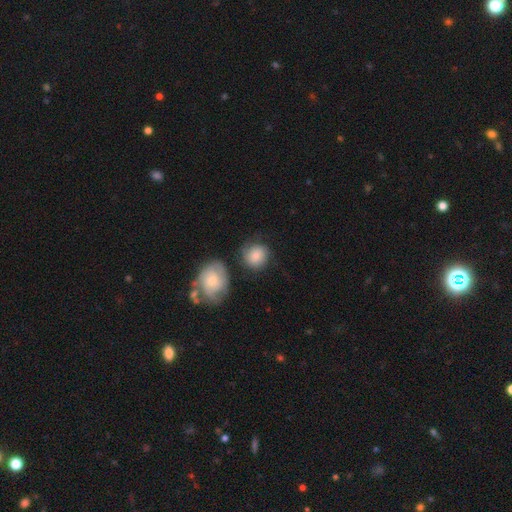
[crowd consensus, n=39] smooth 82%, star or artifact 10%, featured or disk 8%. Down the decision tree: how rounded — round (84%); merging — none (63%).